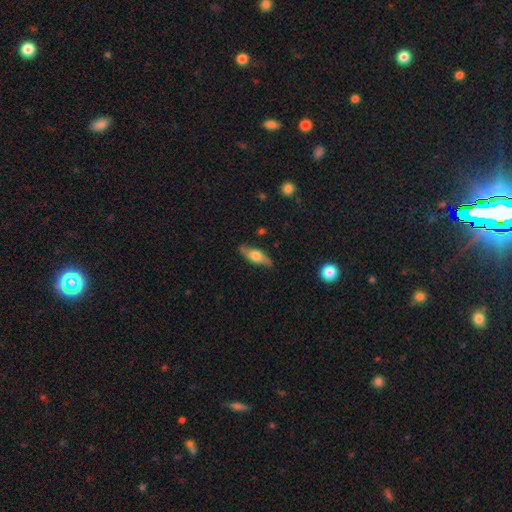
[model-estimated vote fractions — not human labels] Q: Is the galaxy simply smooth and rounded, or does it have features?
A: smooth — 53%.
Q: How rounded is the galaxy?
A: in between — 57%.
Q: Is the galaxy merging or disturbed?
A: none — 82%.